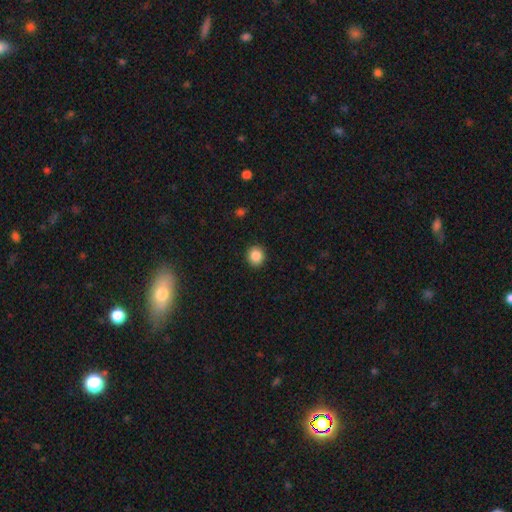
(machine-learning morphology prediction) type=smooth (87%); roundness=round (89%); merging=none (92%).